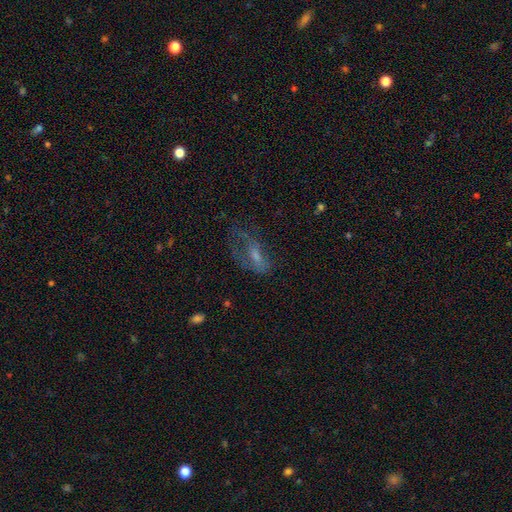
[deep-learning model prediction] Smooth or featured: featured or disk — 48% (smooth — 38%)
Merging: major disturbance — 40% (none — 36%)